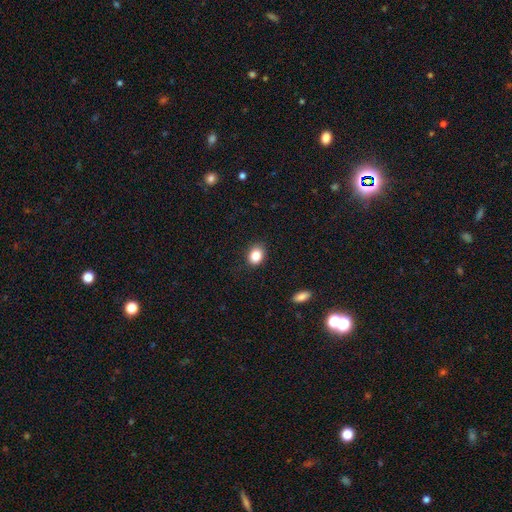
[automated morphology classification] Smooth or featured?
  - smooth: 86% *
  - star or artifact: 9%
  - featured or disk: 5%
How rounded?
  - in between: 52% *
  - round: 47%
  - cigar-shaped: 1%
Merging?
  - none: 87% *
  - minor disturbance: 10%
  - major disturbance: 3%
  - merger: 1%